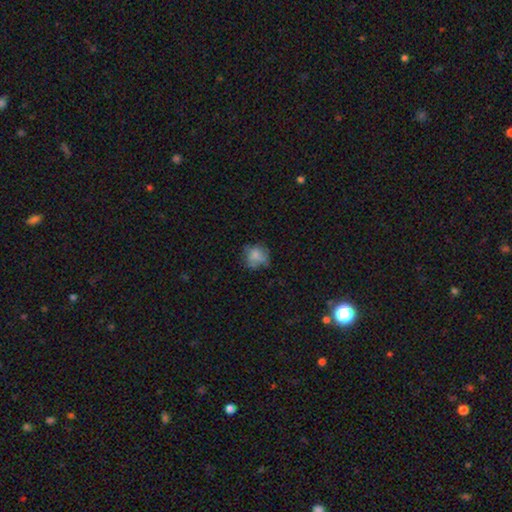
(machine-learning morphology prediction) smooth 69%, featured or disk 19%, star or artifact 12%. Down the decision tree: how rounded — round (79%); merging — none (58%).